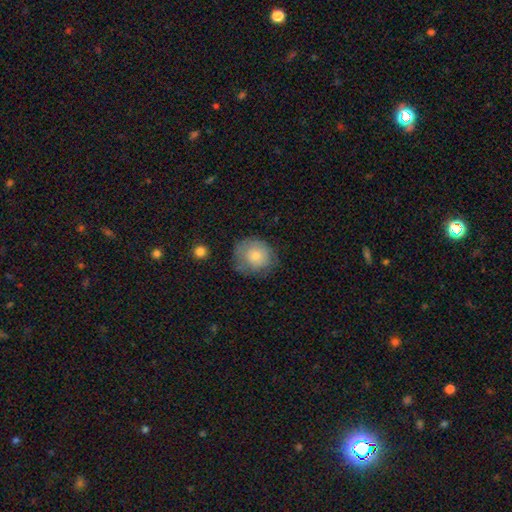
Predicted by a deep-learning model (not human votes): Q: Smooth or featured?
A: smooth (71%); runner-up: featured or disk (22%)
Q: How rounded?
A: round (80%); runner-up: in between (19%)
Q: Merging?
A: none (61%); runner-up: minor disturbance (27%)